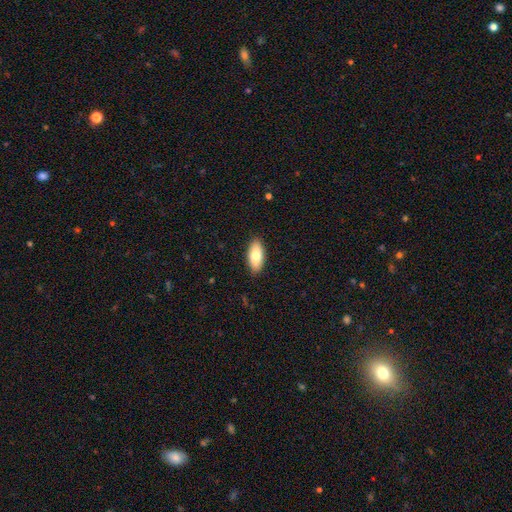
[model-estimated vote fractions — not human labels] Overall: smooth (78%). How rounded: in between (86%). Merging: none (89%).